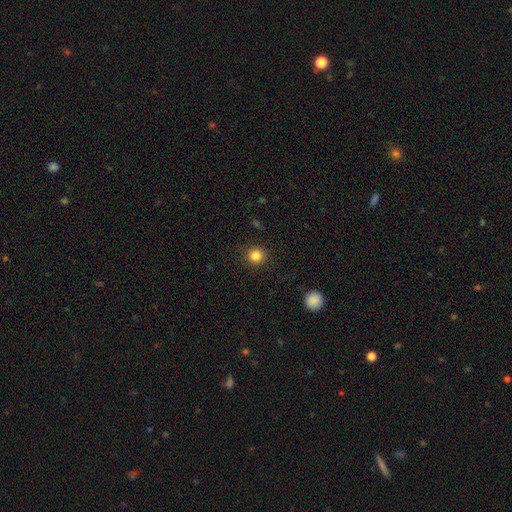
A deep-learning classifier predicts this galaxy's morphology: Q: Smooth or featured?
A: smooth (83%); runner-up: star or artifact (12%)
Q: How rounded?
A: round (91%); runner-up: in between (8%)
Q: Merging?
A: none (90%); runner-up: minor disturbance (7%)